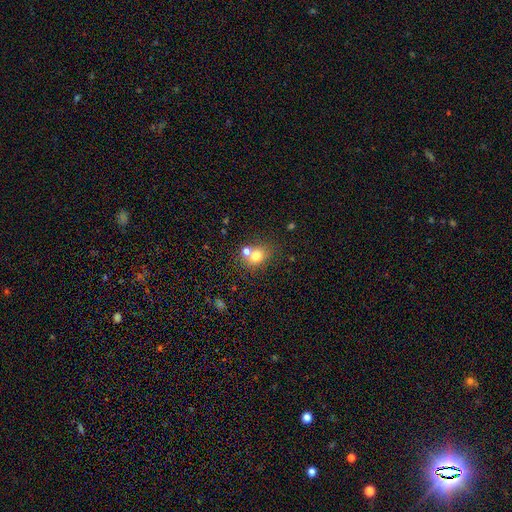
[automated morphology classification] Smooth or featured?
  - smooth: 73% *
  - featured or disk: 13%
  - star or artifact: 13%
How rounded?
  - round: 61% *
  - in between: 38%
  - cigar-shaped: 1%
Merging?
  - none: 52% *
  - merger: 34%
  - minor disturbance: 10%
  - major disturbance: 4%